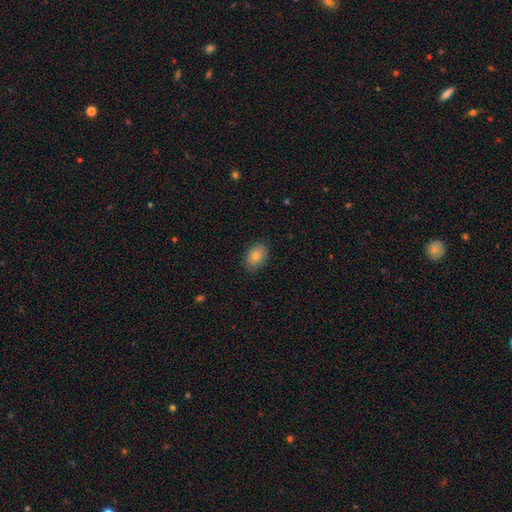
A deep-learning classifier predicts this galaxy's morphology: This appears to be a smooth galaxy with no disk features (75%) that is in between round and cigar-shaped (86%). Merging: none (85%).